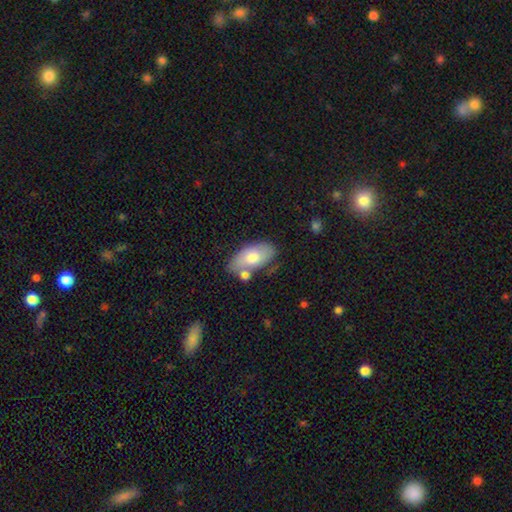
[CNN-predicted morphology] Q: Smooth or featured?
A: smooth (65%); runner-up: featured or disk (28%)
Q: How rounded?
A: in between (92%); runner-up: cigar-shaped (5%)
Q: Merging?
A: none (64%); runner-up: minor disturbance (20%)